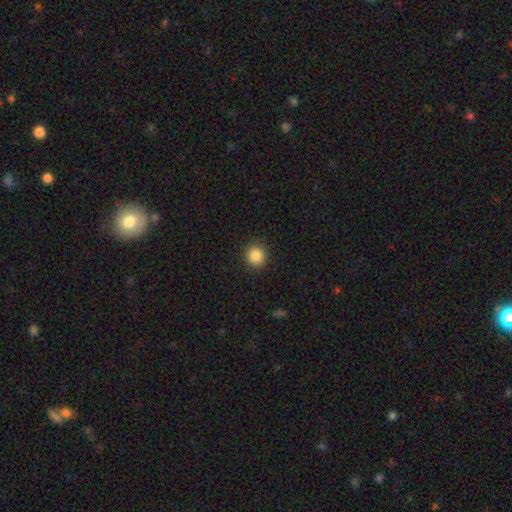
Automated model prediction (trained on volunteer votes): Overall: smooth (86%). How rounded: round (92%). Merging: none (91%).